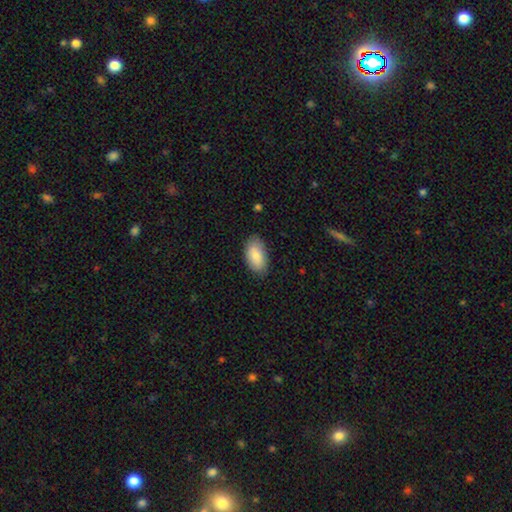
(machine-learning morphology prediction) Smooth or featured? Predicted: smooth (p=0.84). How rounded? Predicted: in between (p=0.94). Merging? Predicted: none (p=0.84).